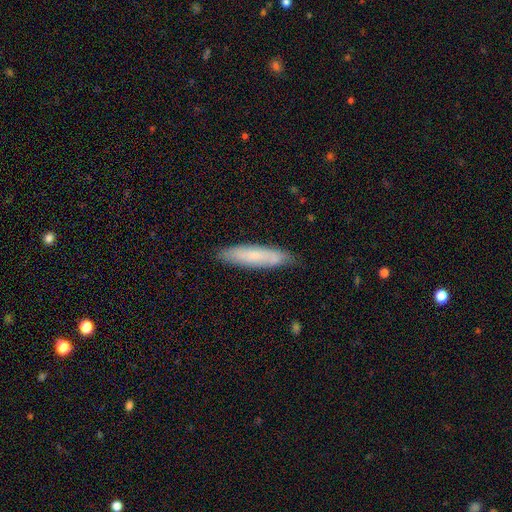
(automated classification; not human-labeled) A smooth galaxy with no disk features (66%) that is cigar-shaped (79%).

Vote fractions:
- Smooth or featured? smooth: 66% / featured or disk: 27% / star or artifact: 7%
- How rounded? cigar-shaped: 79% / in between: 20% / round: 1%
- Merging? none: 81% / minor disturbance: 15% / major disturbance: 2% / merger: 1%